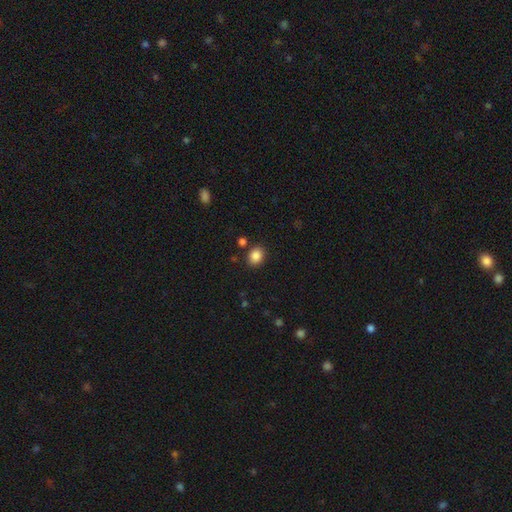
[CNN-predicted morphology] Smooth or featured?
  - smooth: 86% *
  - star or artifact: 10%
  - featured or disk: 4%
How rounded?
  - round: 56% *
  - in between: 44%
  - cigar-shaped: 1%
Merging?
  - none: 84% *
  - minor disturbance: 9%
  - merger: 4%
  - major disturbance: 3%